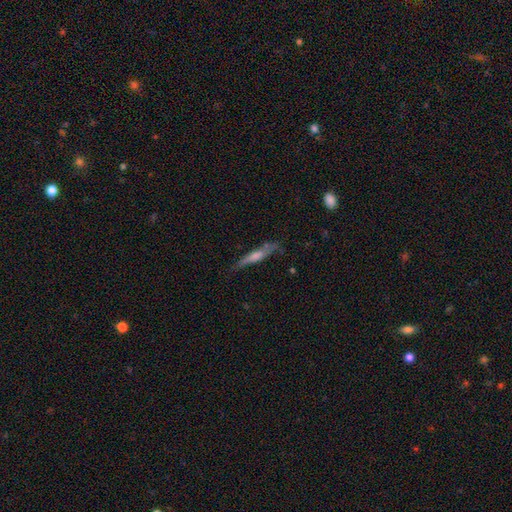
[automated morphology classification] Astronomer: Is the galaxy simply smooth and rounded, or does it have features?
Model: featured or disk — 52% (runner-up: smooth, 41%).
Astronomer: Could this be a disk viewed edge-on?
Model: yes — 87%.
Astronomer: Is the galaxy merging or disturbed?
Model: none — 69%.